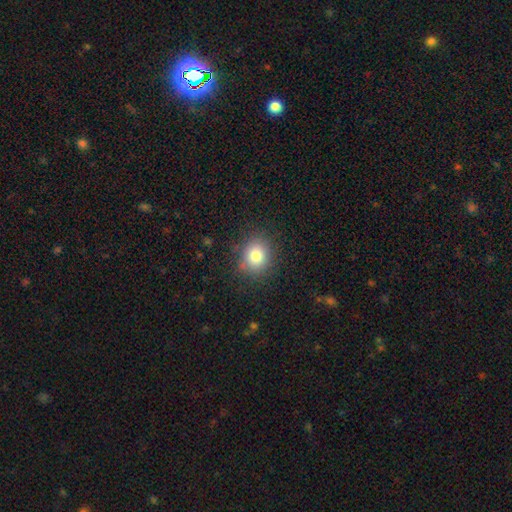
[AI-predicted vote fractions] A smooth galaxy with no disk features (79%) that is round (75%).

Vote fractions:
- Smooth or featured? smooth: 79% / star or artifact: 12% / featured or disk: 8%
- How rounded? round: 75% / in between: 24% / cigar-shaped: 1%
- Merging? none: 84% / minor disturbance: 11% / major disturbance: 4% / merger: 1%